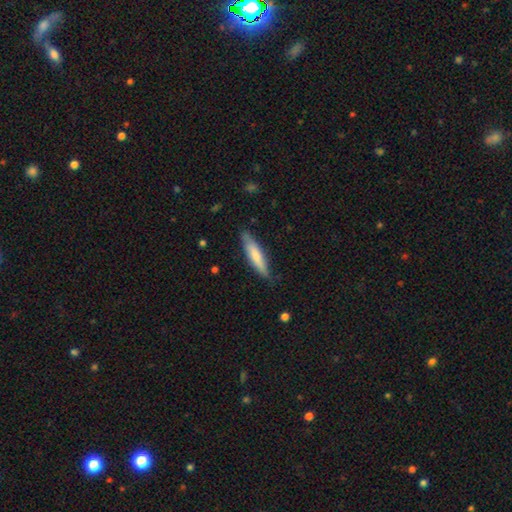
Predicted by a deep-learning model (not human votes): smooth_or_featured: smooth (p=0.70) [alt: featured or disk p=0.25]
how_rounded: cigar-shaped (p=0.80) [alt: in between p=0.18]
merging: none (p=0.81) [alt: minor disturbance p=0.16]